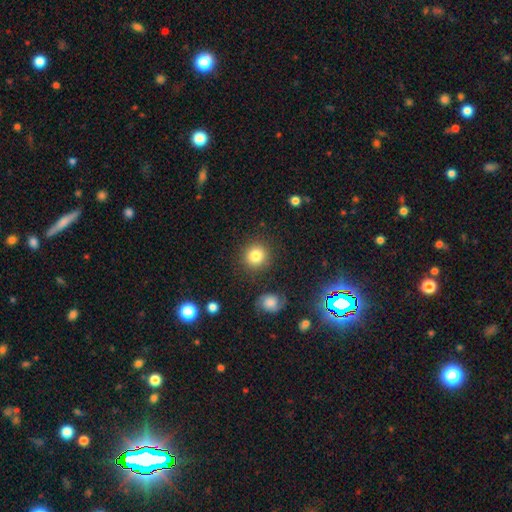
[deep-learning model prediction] smooth_or_featured: smooth (p=0.82) [alt: star or artifact p=0.10]
how_rounded: round (p=0.91) [alt: in between p=0.08]
merging: none (p=0.87) [alt: minor disturbance p=0.07]